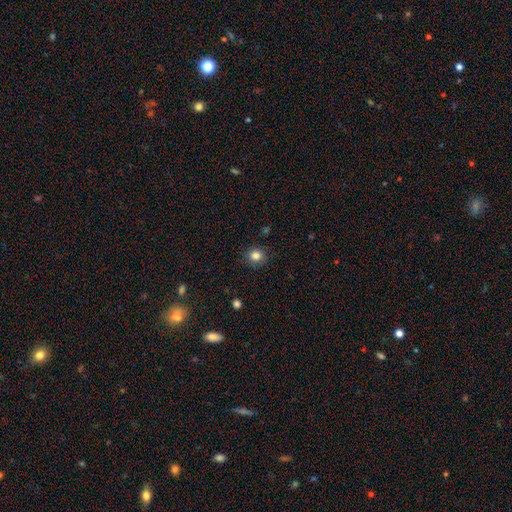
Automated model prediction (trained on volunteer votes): smooth_or_featured: smooth (p=0.83) [alt: star or artifact p=0.12]
how_rounded: round (p=0.82) [alt: in between p=0.17]
merging: none (p=0.87) [alt: minor disturbance p=0.09]